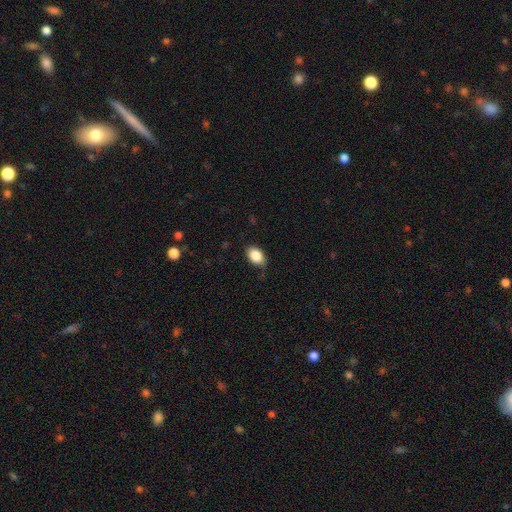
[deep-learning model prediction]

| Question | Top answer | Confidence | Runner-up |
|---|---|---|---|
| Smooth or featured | smooth | 86% | star or artifact (8%) |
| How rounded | in between | 85% | round (14%) |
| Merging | none | 75% | minor disturbance (20%) |